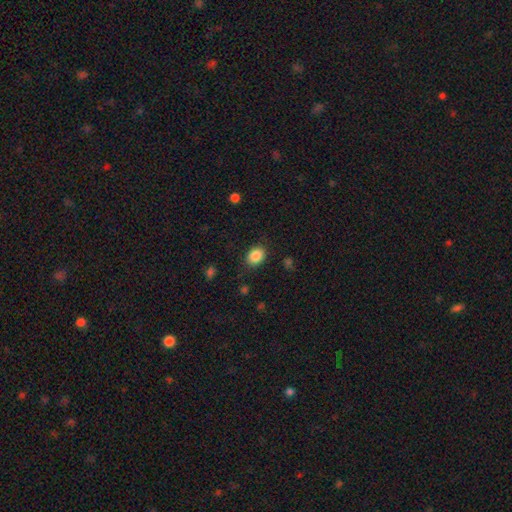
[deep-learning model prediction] The model was most divided on "how rounded": in between: 64%, round: 35%, cigar-shaped: 1%. More confident: smooth or featured — smooth (87%); merging — none (83%).